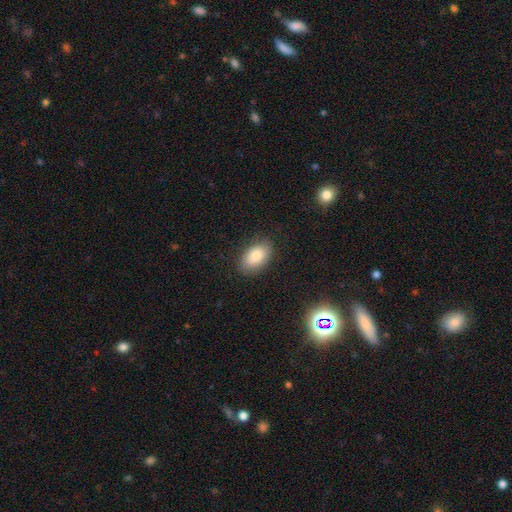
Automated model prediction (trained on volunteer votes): Smooth or featured: smooth — 85% (featured or disk — 8%)
How rounded: in between — 93% (round — 6%)
Merging: none — 85% (minor disturbance — 11%)